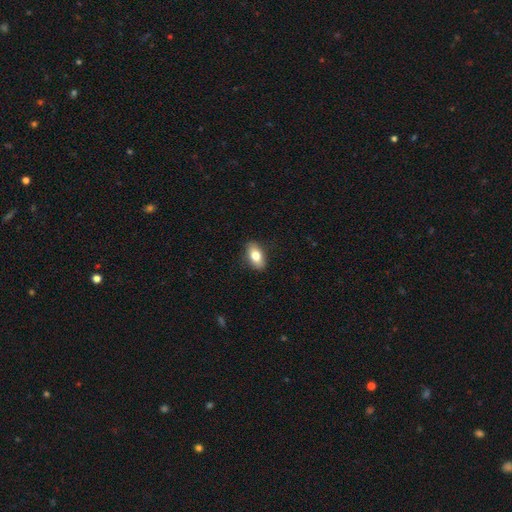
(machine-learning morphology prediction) This is likely a smooth galaxy (76%). How rounded: clearly in between (87%). Merging: clearly none (87%).